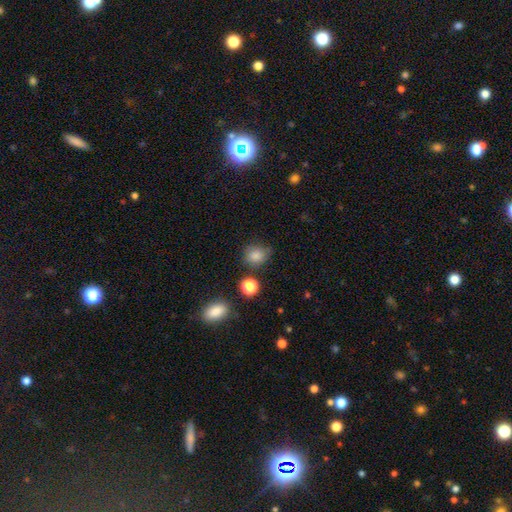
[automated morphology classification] Smooth or featured? smooth (84%)
How rounded? round (70%)
Merging? none (73%)